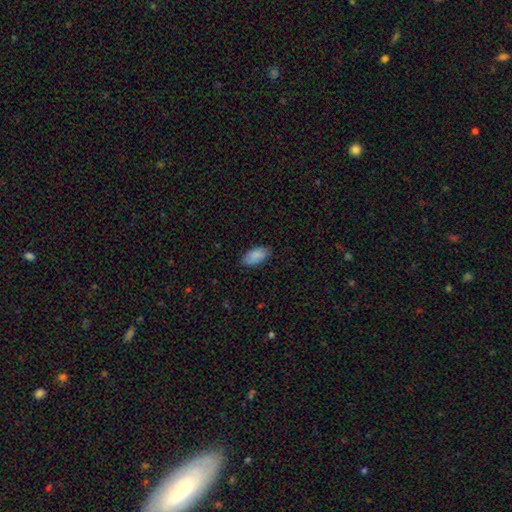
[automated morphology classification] Smooth or featured: smooth — 88% (star or artifact — 6%)
How rounded: in between — 93% (cigar-shaped — 4%)
Merging: none — 84% (minor disturbance — 13%)